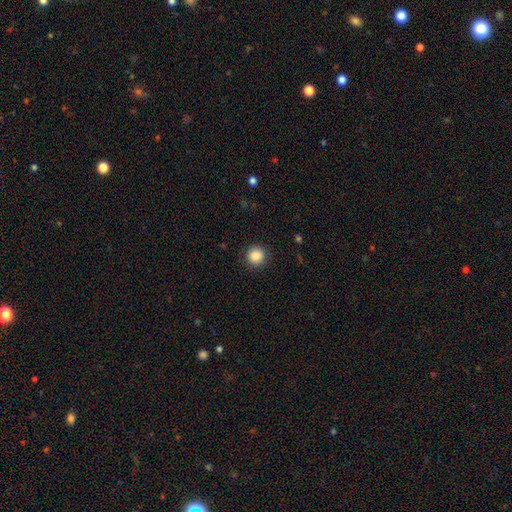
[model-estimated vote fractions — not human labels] Smooth or featured? Predicted: smooth (p=0.87). How rounded? Predicted: round (p=0.94). Merging? Predicted: none (p=0.89).